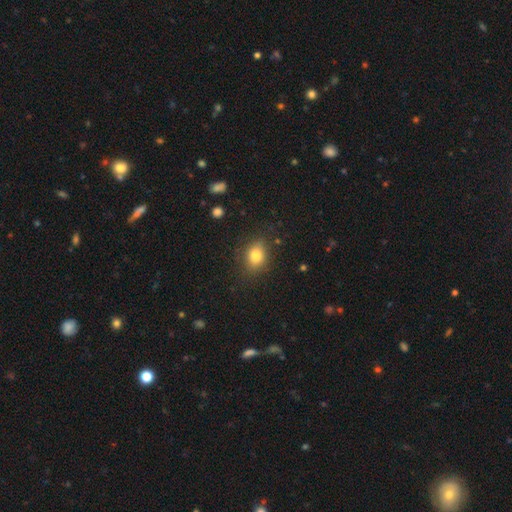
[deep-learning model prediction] smooth_or_featured: smooth (p=0.80) [alt: star or artifact p=0.11]
how_rounded: in between (p=0.55) [alt: round p=0.44]
merging: none (p=0.81) [alt: minor disturbance p=0.14]